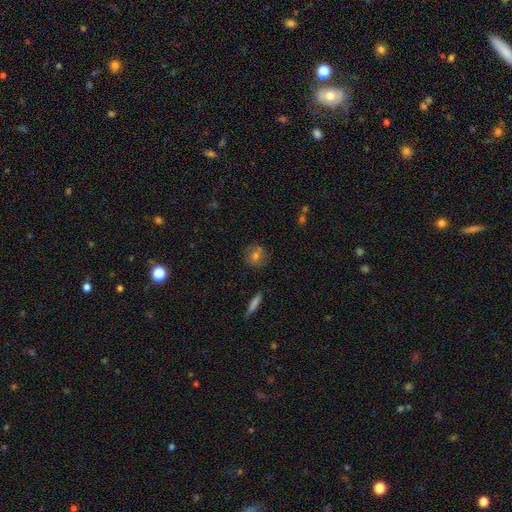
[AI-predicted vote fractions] smooth 63%, featured or disk 25%, star or artifact 12%. Down the decision tree: how rounded — round (85%); merging — none (80%).